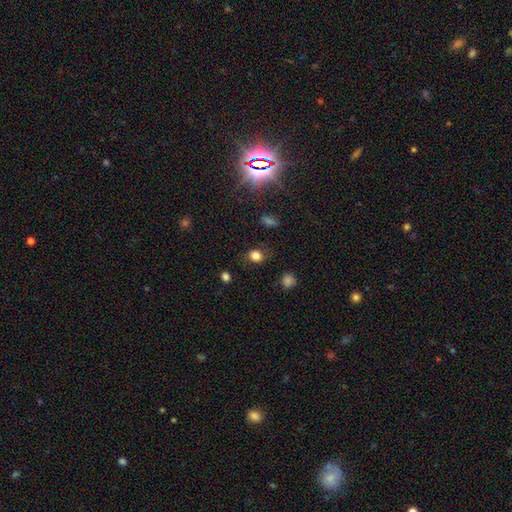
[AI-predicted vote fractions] A smooth galaxy with no disk features (80%) that is round (58%). Merging: none (79%).